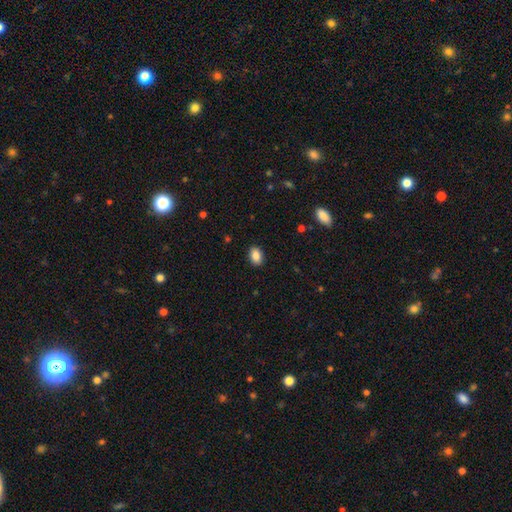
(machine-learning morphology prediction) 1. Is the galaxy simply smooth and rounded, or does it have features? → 87% smooth, 8% star or artifact, 5% featured or disk.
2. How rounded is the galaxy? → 84% in between, 15% round, 1% cigar-shaped.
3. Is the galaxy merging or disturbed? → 89% none, 8% minor disturbance, 2% major disturbance, 1% merger.